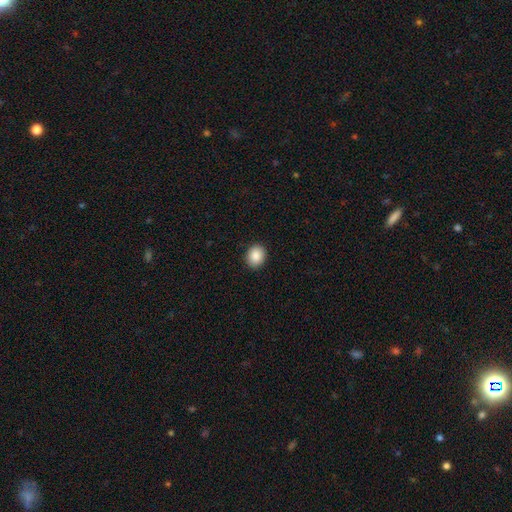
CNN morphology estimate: Smooth or featured: smooth — 88% (star or artifact — 8%)
How rounded: round — 60% (in between — 39%)
Merging: none — 91% (minor disturbance — 6%)